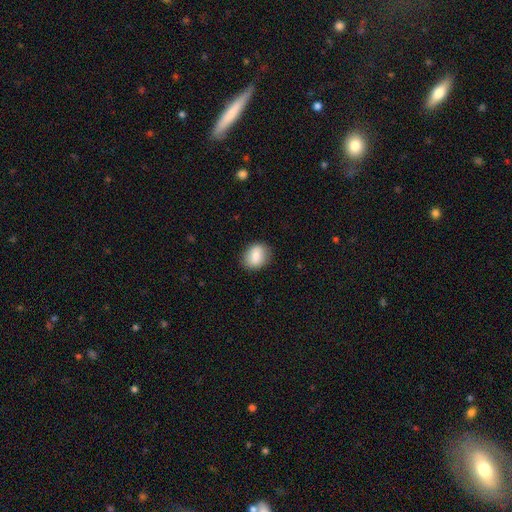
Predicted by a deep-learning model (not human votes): smooth 82%, featured or disk 11%, star or artifact 8%. Down the decision tree: how rounded — in between (53%); merging — none (86%).